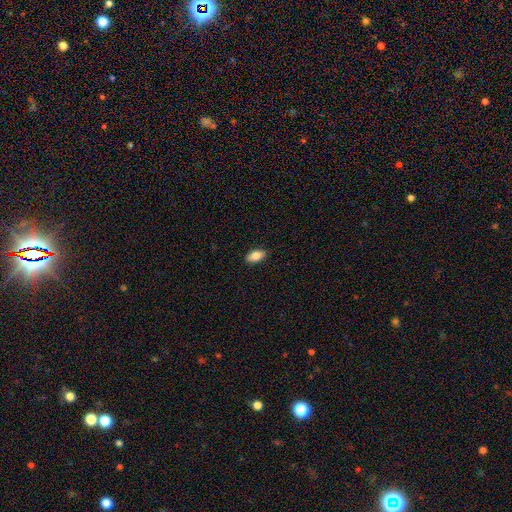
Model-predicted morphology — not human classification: type=smooth (84%); roundness=in between (92%); merging=none (89%).